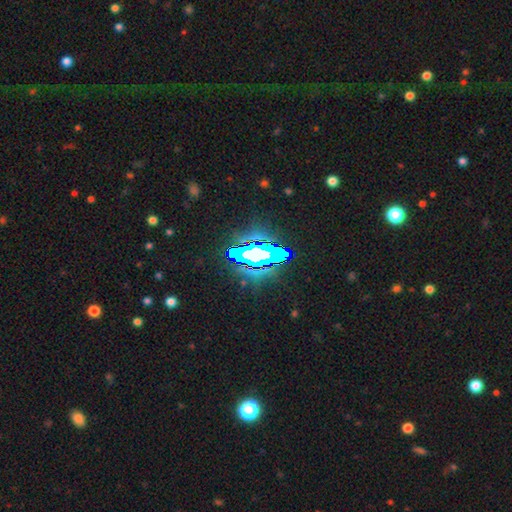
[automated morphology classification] Overall: star or artifact (67%).